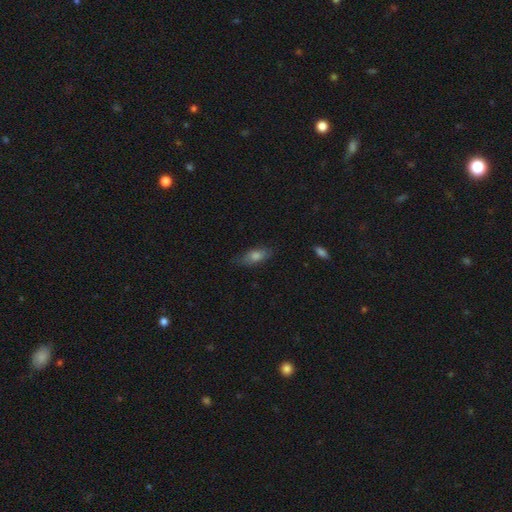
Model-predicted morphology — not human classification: The model was most divided on "how rounded": in between: 73%, cigar-shaped: 23%, round: 4%. More confident: merging — none (76%); smooth or featured — smooth (72%).